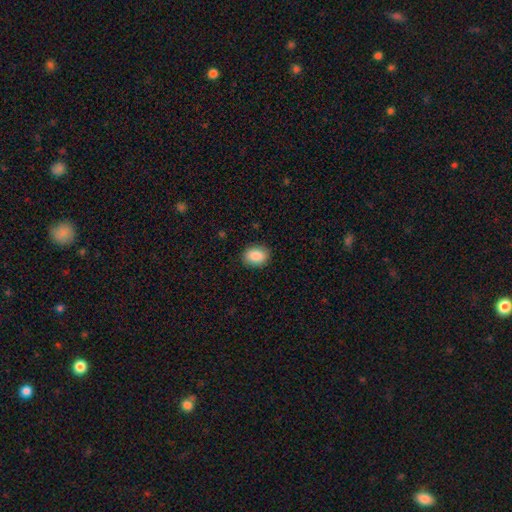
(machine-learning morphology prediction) Overall: smooth (88%). How rounded: in between (68%; round 31%). Merging: none (88%).